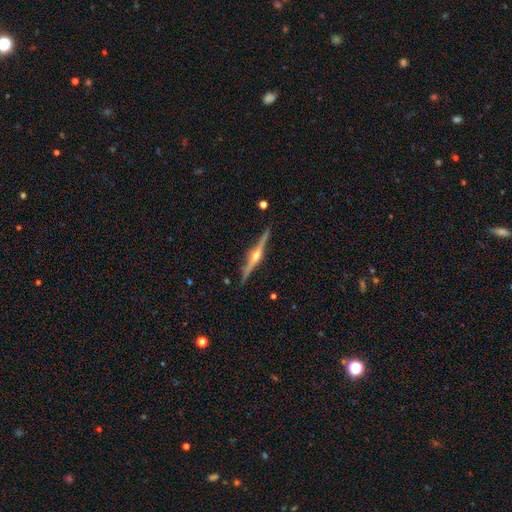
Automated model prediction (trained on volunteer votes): smooth-or-featured: featured or disk: 87% | smooth: 8% | star or artifact: 5%
  disk-edge-on: yes: 99% | no: 1%
    edge-on-bulge: rounded: 94% | boxy: 3% | none: 2%
  merging: none: 92% | minor disturbance: 6% | major disturbance: 1% | merger: 1%